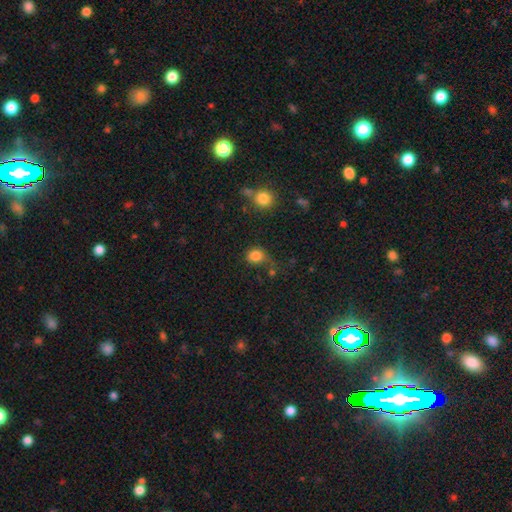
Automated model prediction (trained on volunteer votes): Smooth or featured?
  - smooth: 83% *
  - star or artifact: 12%
  - featured or disk: 6%
How rounded?
  - round: 72% *
  - in between: 27%
  - cigar-shaped: 1%
Merging?
  - none: 52% *
  - minor disturbance: 25%
  - major disturbance: 14%
  - merger: 9%